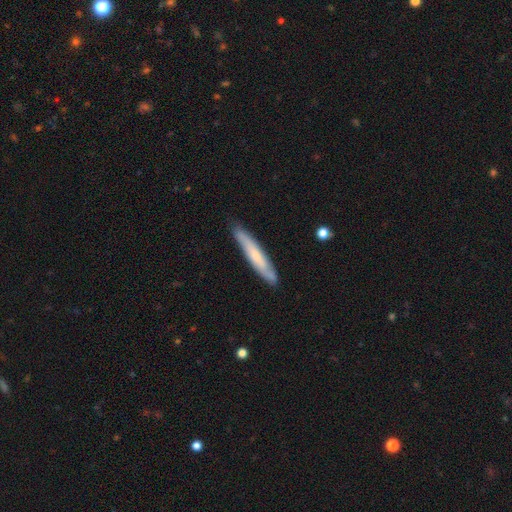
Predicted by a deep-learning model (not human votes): Q: Smooth or featured?
A: smooth (51%); runner-up: featured or disk (44%)
Q: How rounded?
A: cigar-shaped (92%); runner-up: in between (7%)
Q: Merging?
A: none (84%); runner-up: minor disturbance (13%)